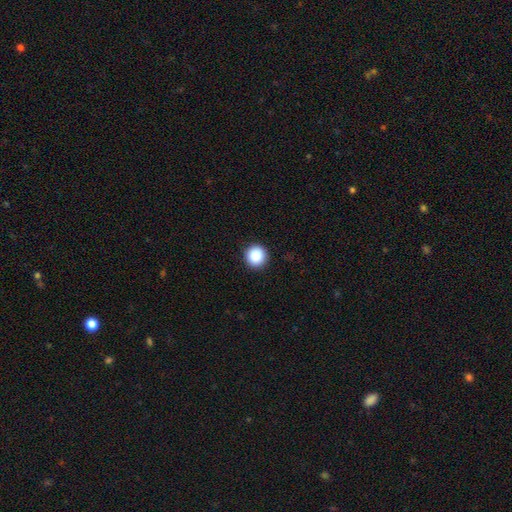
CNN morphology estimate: smooth_or_featured: smooth (p=0.88) [alt: star or artifact p=0.09]
how_rounded: round (p=0.94) [alt: in between p=0.05]
merging: none (p=0.92) [alt: minor disturbance p=0.05]